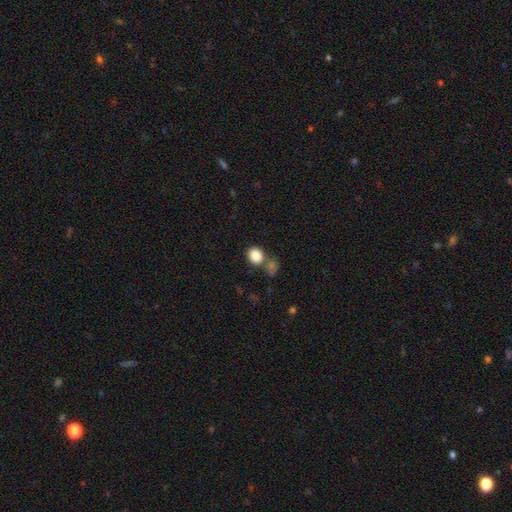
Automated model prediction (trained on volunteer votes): Smooth or featured?
  - smooth: 85% *
  - star or artifact: 9%
  - featured or disk: 5%
How rounded?
  - round: 61% *
  - in between: 38%
  - cigar-shaped: 1%
Merging?
  - none: 60% *
  - merger: 23%
  - minor disturbance: 12%
  - major disturbance: 5%